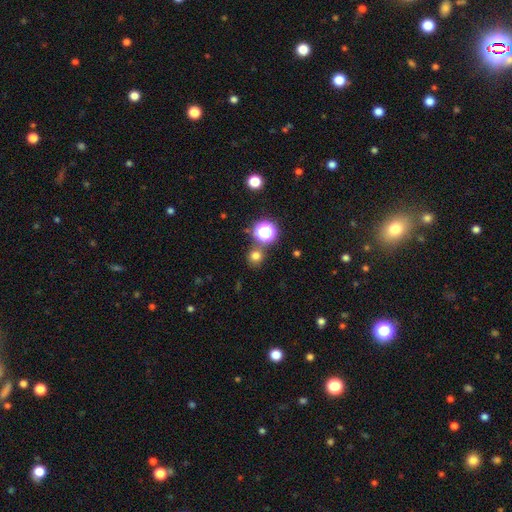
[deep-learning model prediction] Smooth or featured? Predicted: smooth (p=0.72). How rounded? Predicted: round (p=0.90). Merging? Predicted: none (p=0.79).